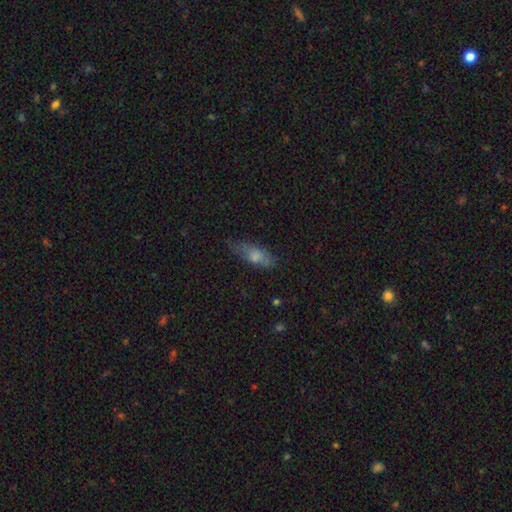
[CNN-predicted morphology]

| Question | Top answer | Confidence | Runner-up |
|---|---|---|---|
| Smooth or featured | smooth | 70% | featured or disk (21%) |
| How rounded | in between | 67% | cigar-shaped (30%) |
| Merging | none | 59% | minor disturbance (29%) |